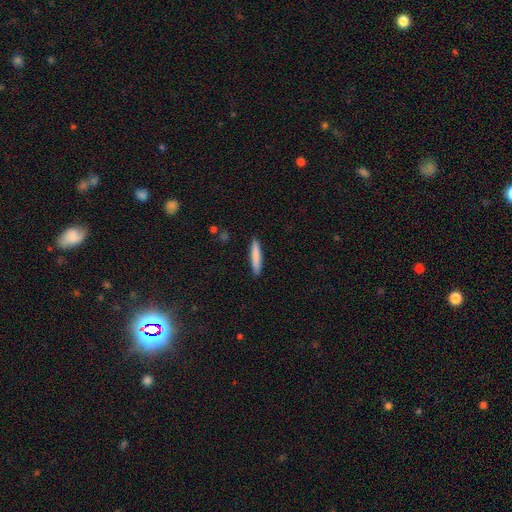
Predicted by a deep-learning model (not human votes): smooth 83%, featured or disk 12%, star or artifact 6%. Down the decision tree: how rounded — cigar-shaped (90%); merging — none (90%).